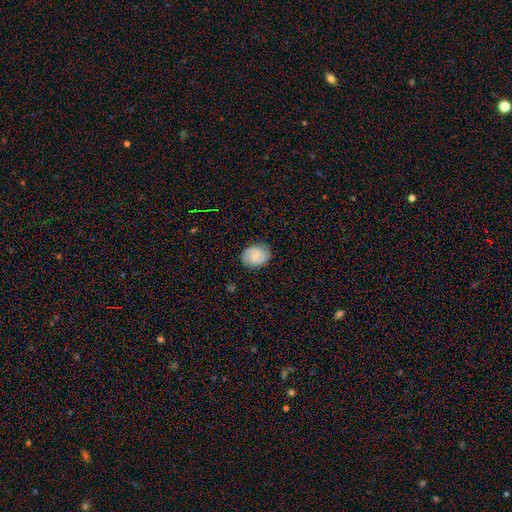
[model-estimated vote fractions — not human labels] A featured or disk galaxy (55%) with no bar (49%), spiral arms (90%) and a small central bulge (60%).

Vote fractions:
- Smooth or featured? featured or disk: 55% / smooth: 37% / star or artifact: 8%
- Edge-on disk? no: 97% / yes: 3%
- Bar? no: 49% / weak: 44% / strong: 8%
- Spiral arms? yes: 90% / no: 10%
- Bulge size? small: 60% / moderate: 29% / none: 8% / large: 2% / dominant: 1%
- Merging? none: 83% / minor disturbance: 13% / major disturbance: 3% / merger: 1%